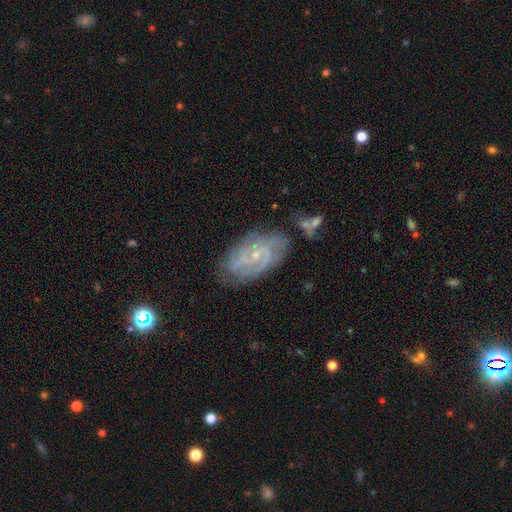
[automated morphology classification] The model was most divided on "spiral arm count": 2: 34%, can't tell: 33%, 3: 16%, 4: 8%, 1: 5%, more than 4: 5%. More confident: edge-on disk — no (95%); spiral arms — yes (92%); bulge size — small (80%); smooth or featured — featured or disk (76%); merging — none (69%); spiral winding — tight (58%); bar — no (56%).